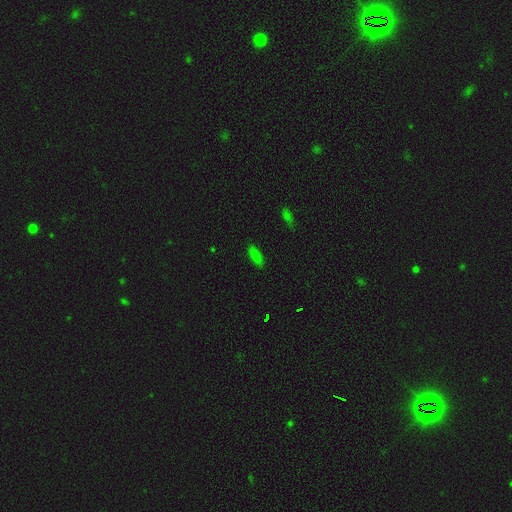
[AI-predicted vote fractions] Smooth or featured?
  - smooth: 77% *
  - star or artifact: 14%
  - featured or disk: 9%
How rounded?
  - in between: 75% *
  - cigar-shaped: 21%
  - round: 3%
Merging?
  - none: 87% *
  - minor disturbance: 10%
  - major disturbance: 2%
  - merger: 1%